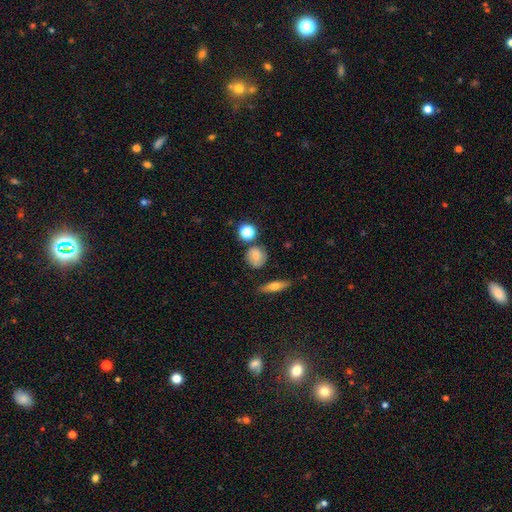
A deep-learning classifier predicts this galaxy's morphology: This is likely a smooth galaxy (75%). How rounded: clearly round (80%). Merging: likely none (72%).